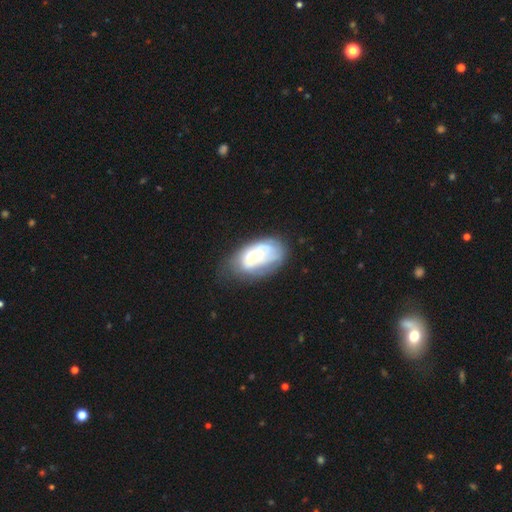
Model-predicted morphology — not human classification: Smooth or featured? Predicted: featured or disk (p=0.61). Edge-on disk? Predicted: no (p=0.95). Bar? Predicted: no (p=0.61). Spiral arms? Predicted: yes (p=0.61). Bulge size? Predicted: moderate (p=0.58). Merging? Predicted: none (p=0.52).